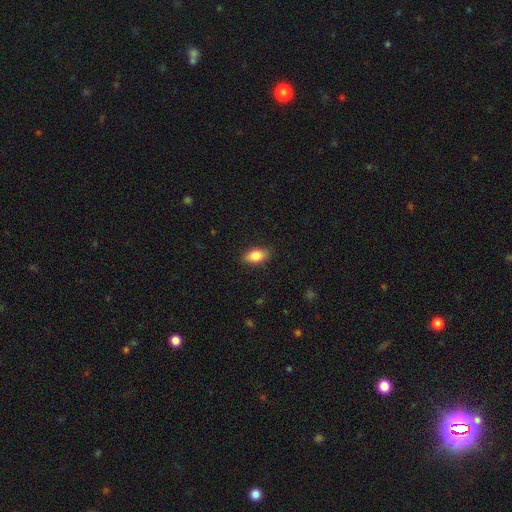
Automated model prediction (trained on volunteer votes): Morphology: type=smooth (83%); roundness=in between (89%); merging=none (88%).